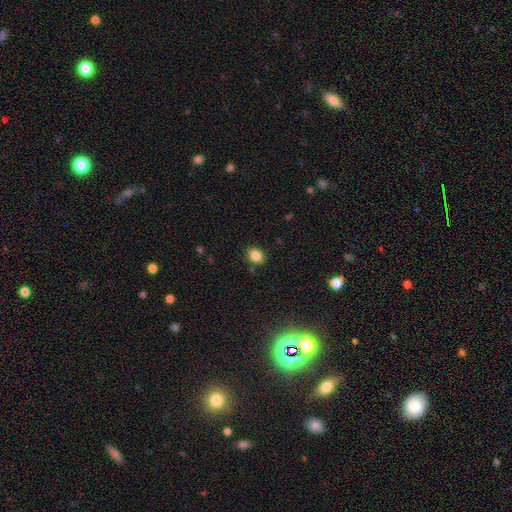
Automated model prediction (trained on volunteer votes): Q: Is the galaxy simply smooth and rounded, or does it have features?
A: smooth — 85%.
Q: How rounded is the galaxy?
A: in between — 50%.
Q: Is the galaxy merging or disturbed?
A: none — 84%.